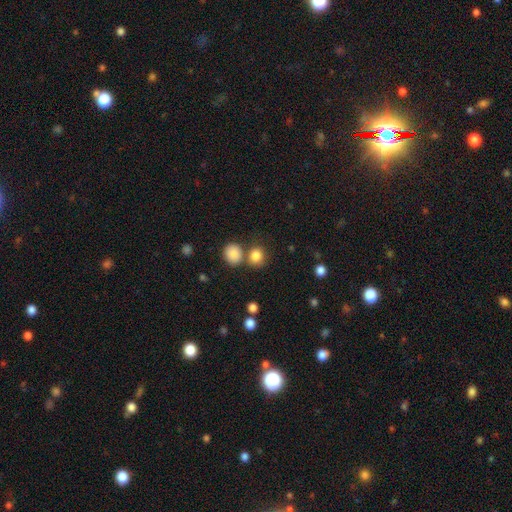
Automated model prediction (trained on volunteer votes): Smooth or featured? smooth (84%)
How rounded? round (78%)
Merging? none (62%)